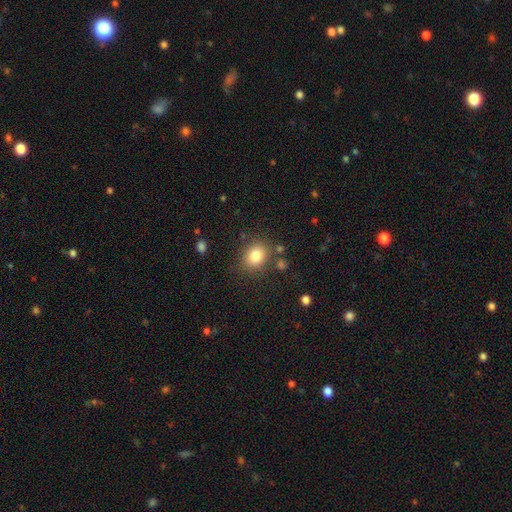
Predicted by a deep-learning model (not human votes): This is clearly a smooth galaxy (82%). How rounded: possibly round (57%). Merging: likely none (79%).